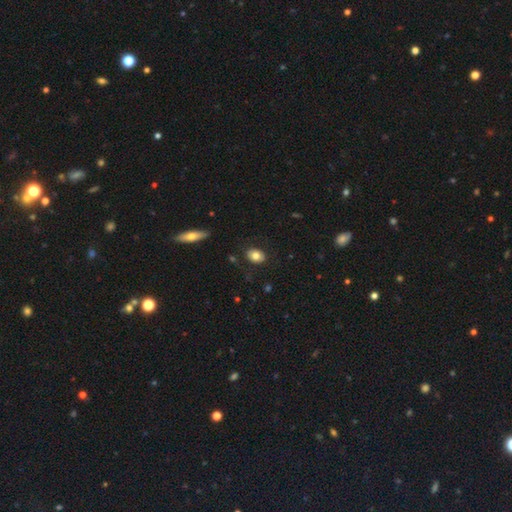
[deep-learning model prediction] Smooth or featured? smooth (77%)
How rounded? in between (69%)
Merging? none (85%)